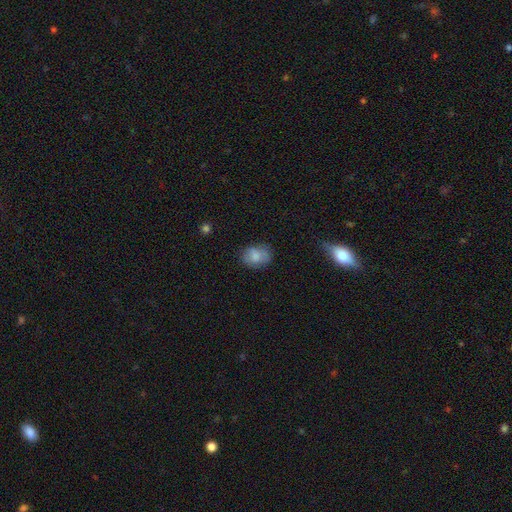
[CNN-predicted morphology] Overall: smooth (78%). How rounded: in between (64%; round 35%). Merging: none (69%).